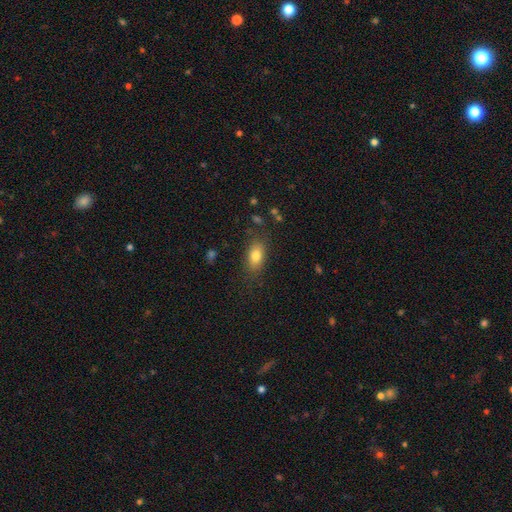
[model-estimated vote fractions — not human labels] The model was most divided on "merging": none: 81%, minor disturbance: 13%, major disturbance: 4%, merger: 2%. More confident: how rounded — in between (86%); smooth or featured — smooth (81%).